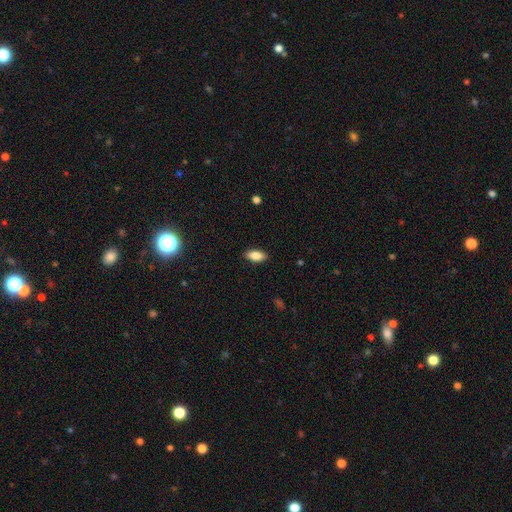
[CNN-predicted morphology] Smooth or featured: smooth — 84% (featured or disk — 9%)
How rounded: in between — 87% (cigar-shaped — 11%)
Merging: none — 89% (minor disturbance — 8%)